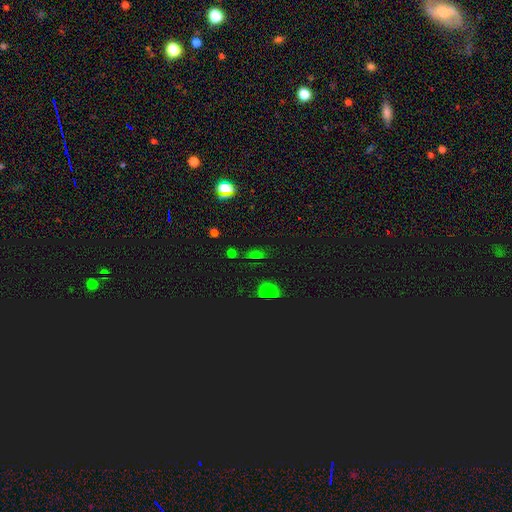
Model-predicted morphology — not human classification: The model was most divided on "smooth or featured": star or artifact: 47%, smooth: 43%, featured or disk: 9%.